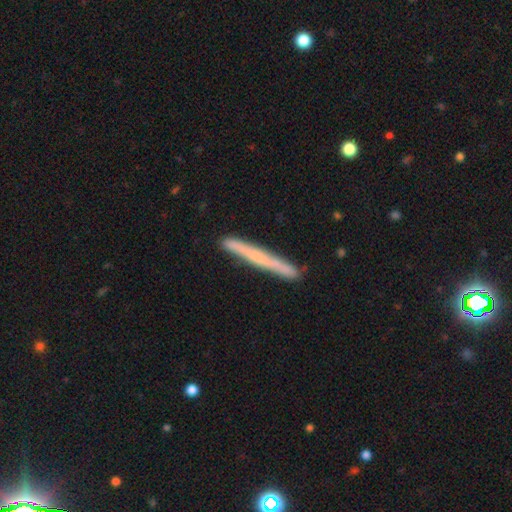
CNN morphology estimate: smooth_or_featured: smooth (p=0.54) [alt: featured or disk p=0.40]
how_rounded: cigar-shaped (p=0.97) [alt: in between p=0.02]
merging: none (p=0.88) [alt: minor disturbance p=0.09]